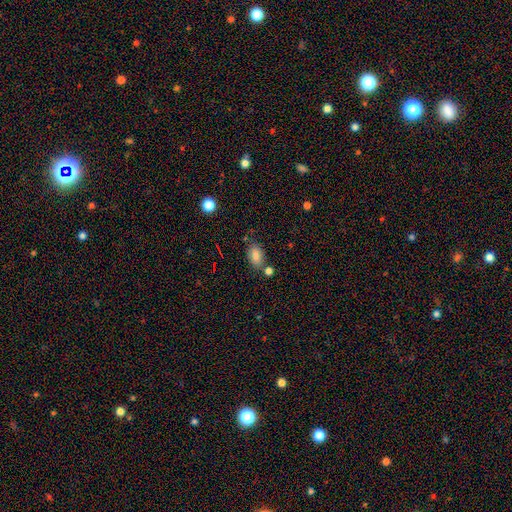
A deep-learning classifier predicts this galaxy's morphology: Smooth or featured?
  - smooth: 83% *
  - star or artifact: 10%
  - featured or disk: 7%
How rounded?
  - in between: 88% *
  - round: 10%
  - cigar-shaped: 2%
Merging?
  - none: 69% *
  - minor disturbance: 15%
  - merger: 12%
  - major disturbance: 4%